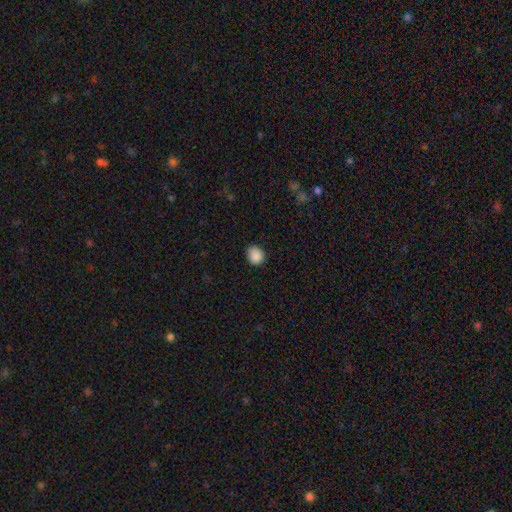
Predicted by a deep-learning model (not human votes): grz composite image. It shows a smooth galaxy with no disk features (88%) that is round (72%). Merging: none (81%).